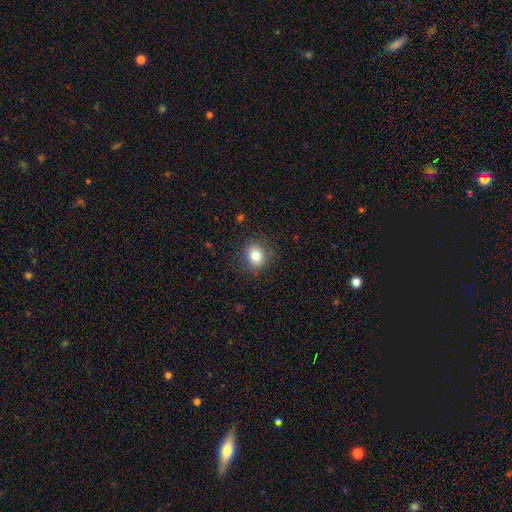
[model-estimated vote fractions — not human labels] A smooth galaxy with no disk features (79%) that is round (78%). Merging: none (87%).